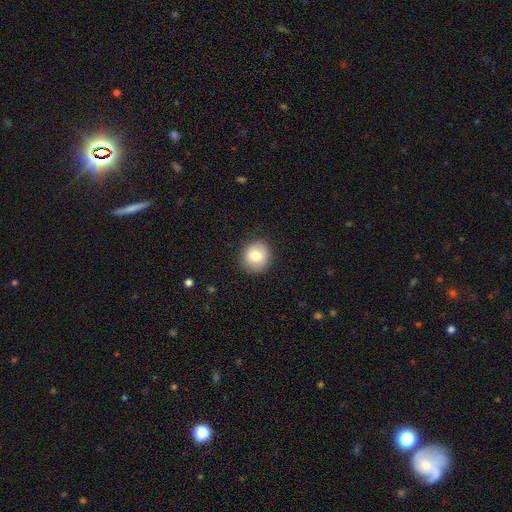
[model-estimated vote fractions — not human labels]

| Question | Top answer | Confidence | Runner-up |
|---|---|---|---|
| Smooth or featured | smooth | 80% | featured or disk (11%) |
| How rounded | round | 88% | in between (11%) |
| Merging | none | 88% | minor disturbance (8%) |